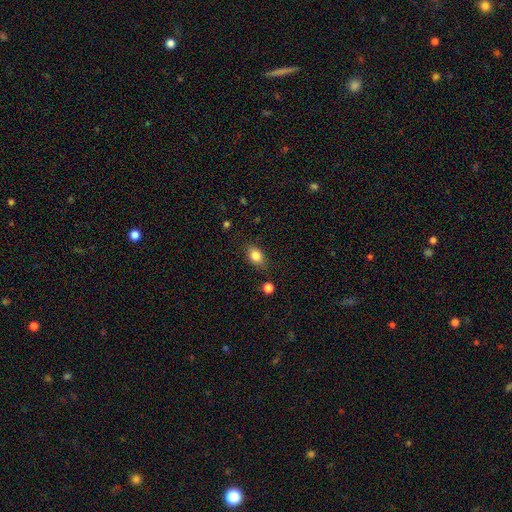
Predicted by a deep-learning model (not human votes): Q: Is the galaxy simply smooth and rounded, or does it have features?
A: smooth — 83%.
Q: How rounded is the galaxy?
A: in between — 74%.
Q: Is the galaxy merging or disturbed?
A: none — 80%.